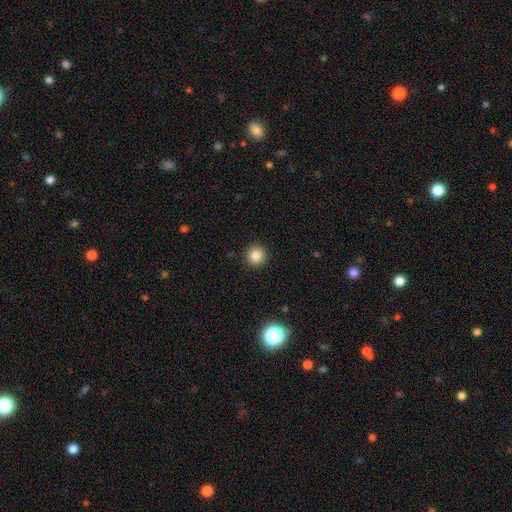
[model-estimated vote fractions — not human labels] Morphology: type=smooth (83%); roundness=round (94%); merging=none (92%).